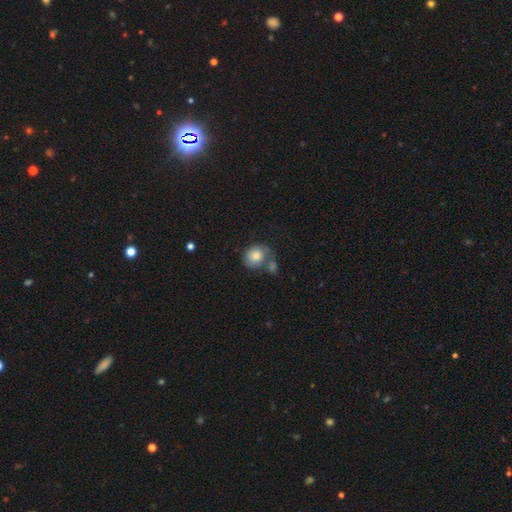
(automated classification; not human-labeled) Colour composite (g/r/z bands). It shows a smooth galaxy with no disk features (78%) that is round (65%). Merging: none (43%).